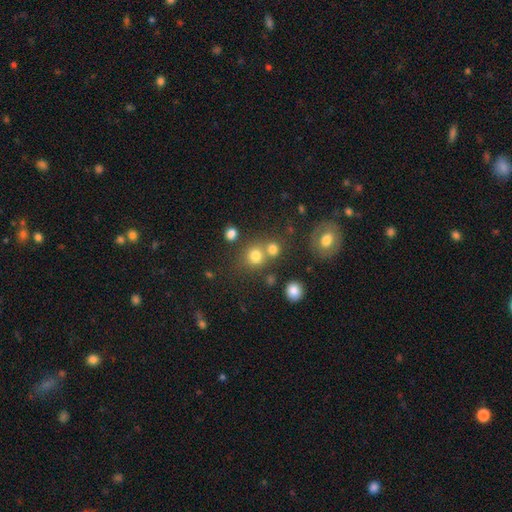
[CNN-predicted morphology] Q: Smooth or featured?
A: smooth (75%); runner-up: star or artifact (16%)
Q: How rounded?
A: round (83%); runner-up: in between (17%)
Q: Merging?
A: none (57%); runner-up: merger (29%)